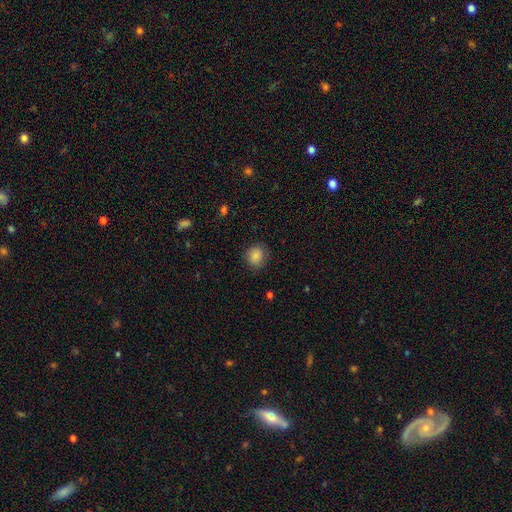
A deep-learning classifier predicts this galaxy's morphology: smooth 85%, star or artifact 9%, featured or disk 6%. Down the decision tree: how rounded — round (78%); merging — none (80%).